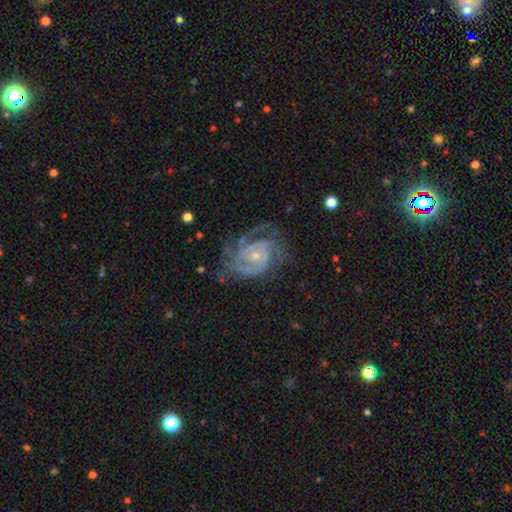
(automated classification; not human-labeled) featured or disk 87%, smooth 7%, star or artifact 6%. Down the decision tree: edge-on disk — no (98%); bar — no (75%); spiral arms — yes (94%); spiral arm count — 3 (29%); spiral winding — tight (54%); bulge size — small (68%); merging — none (56%).